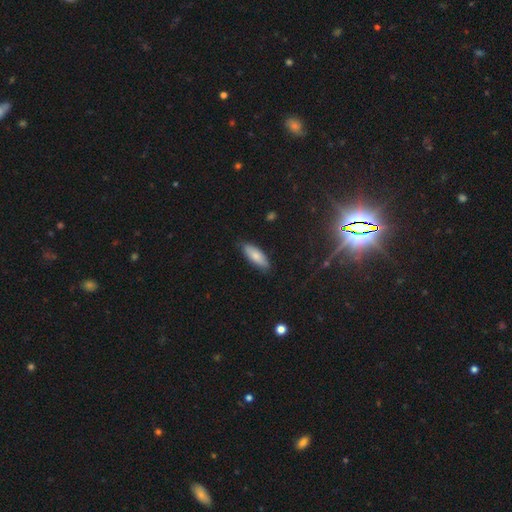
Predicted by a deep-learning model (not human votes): Smooth or featured: smooth — 78% (featured or disk — 16%)
How rounded: in between — 68% (cigar-shaped — 30%)
Merging: none — 81% (minor disturbance — 15%)